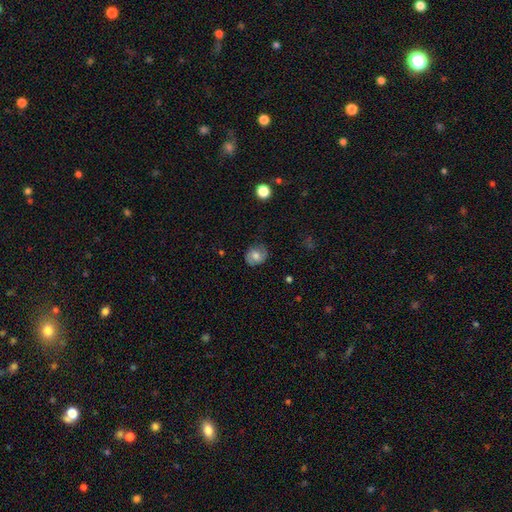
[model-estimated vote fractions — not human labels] Smooth or featured? smooth (49%)
Merging? none (77%)